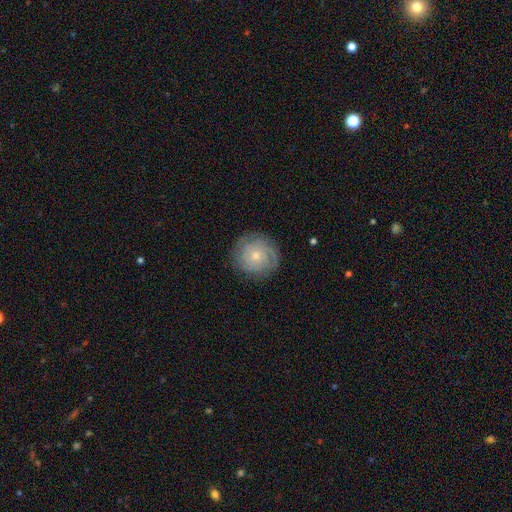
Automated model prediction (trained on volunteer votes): A featured or disk galaxy (57%) with no bar (84%), spiral arms (85%) and a small central bulge (64%). Merging: none (82%).